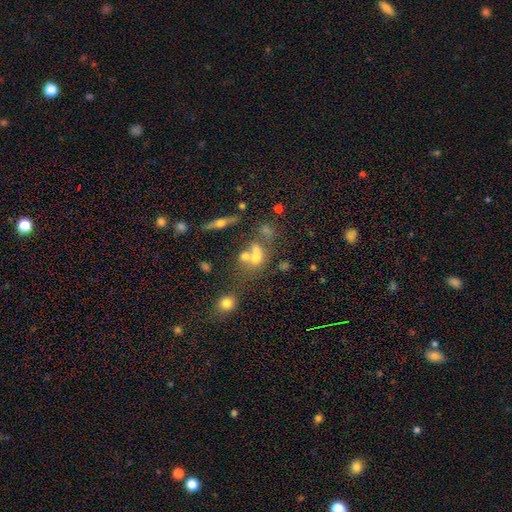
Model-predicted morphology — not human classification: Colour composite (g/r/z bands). It shows a smooth galaxy with no disk features (46%). Merging: merger (46%).